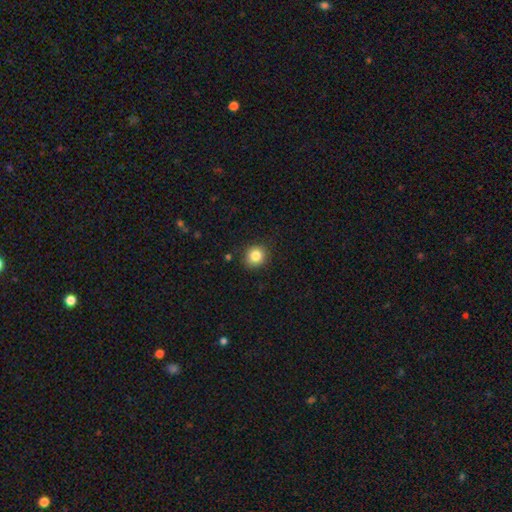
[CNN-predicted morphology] A smooth galaxy with no disk features (84%) that is round (84%).

Vote fractions:
- Smooth or featured? smooth: 84% / star or artifact: 10% / featured or disk: 5%
- How rounded? round: 84% / in between: 15% / cigar-shaped: 1%
- Merging? none: 88% / minor disturbance: 9% / major disturbance: 2% / merger: 1%